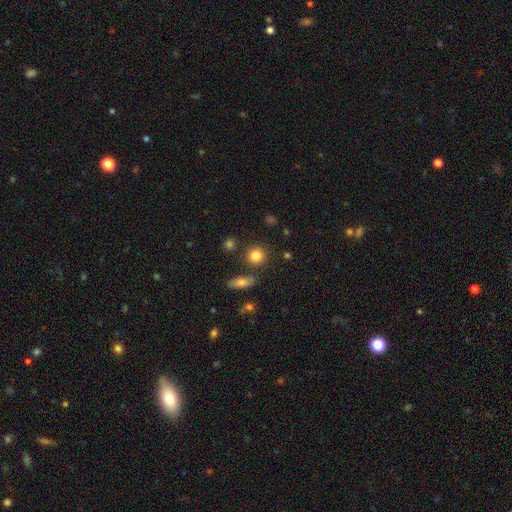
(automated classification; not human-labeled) Smooth or featured: smooth — 83% (star or artifact — 10%)
How rounded: round — 86% (in between — 12%)
Merging: none — 81% (minor disturbance — 9%)